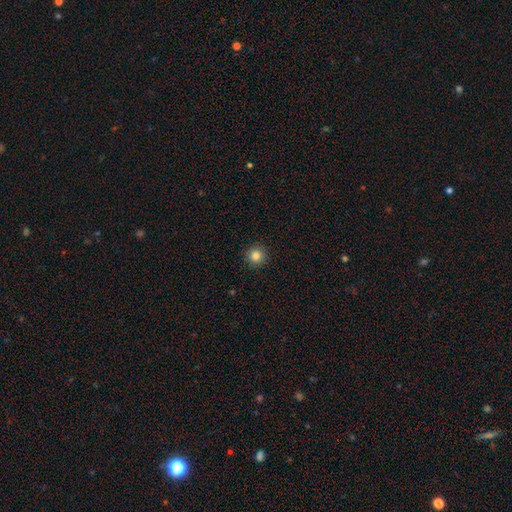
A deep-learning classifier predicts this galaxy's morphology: The model was most divided on "smooth or featured": smooth: 84%, star or artifact: 11%, featured or disk: 5%. More confident: how rounded — round (95%); merging — none (92%).